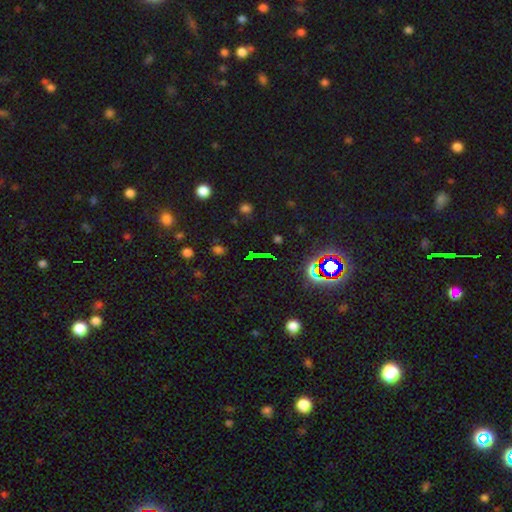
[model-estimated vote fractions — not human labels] A star or artifact, not a galaxy (67%).